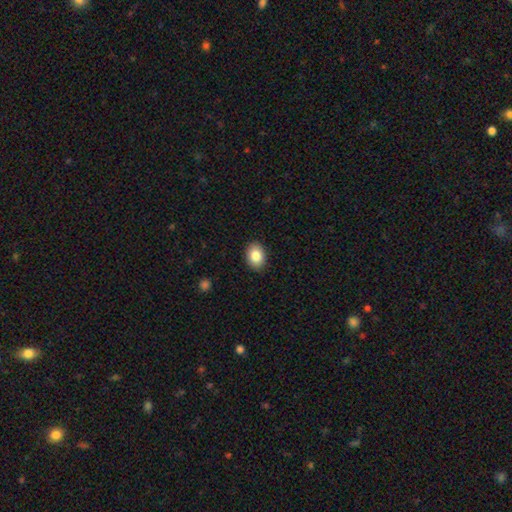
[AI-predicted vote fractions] A smooth galaxy with no disk features (84%) that is in between round and cigar-shaped (72%).

Vote fractions:
- Smooth or featured? smooth: 84% / star or artifact: 8% / featured or disk: 8%
- How rounded? in between: 72% / round: 28% / cigar-shaped: 1%
- Merging? none: 90% / minor disturbance: 8% / major disturbance: 2% / merger: 1%